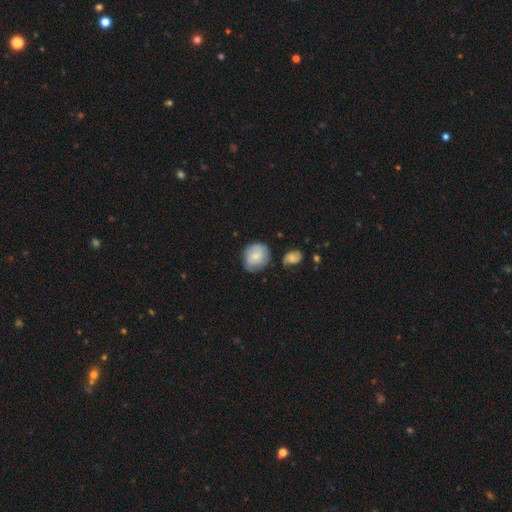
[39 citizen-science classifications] Overall: smooth (59%; featured or disk 38%). How rounded: round (74%). Merging: none (68%).